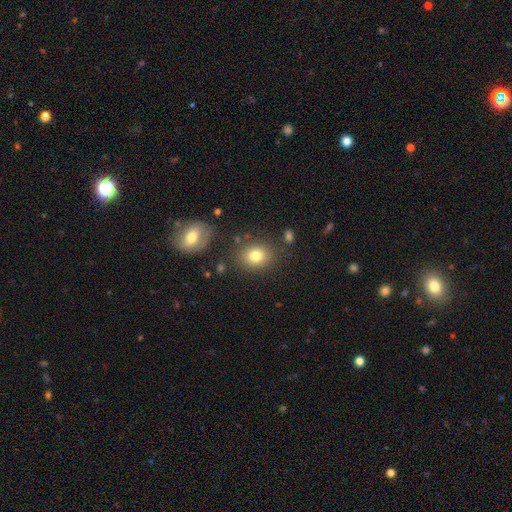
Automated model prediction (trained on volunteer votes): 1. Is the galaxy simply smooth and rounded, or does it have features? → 79% smooth, 11% star or artifact, 10% featured or disk.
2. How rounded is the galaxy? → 56% round, 43% in between, 1% cigar-shaped.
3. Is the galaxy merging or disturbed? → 80% none, 11% minor disturbance, 5% merger, 4% major disturbance.